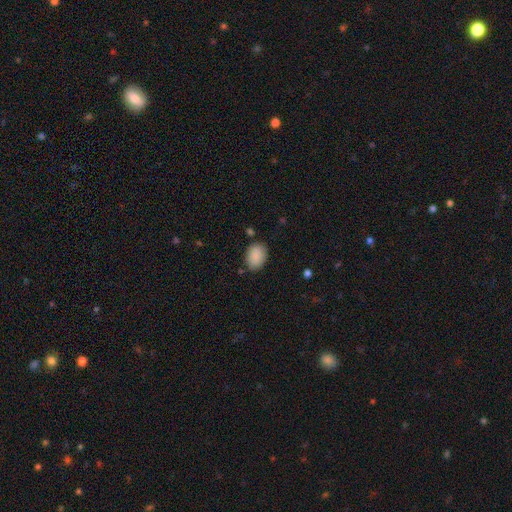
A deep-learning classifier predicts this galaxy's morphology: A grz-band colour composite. It shows a smooth galaxy with no disk features (89%) that is in between round and cigar-shaped (81%). Merging: none (79%).